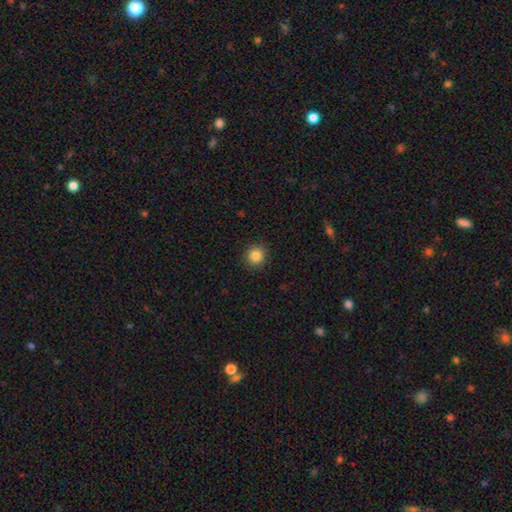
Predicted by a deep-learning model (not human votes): smooth-or-featured: smooth: 85% | star or artifact: 11% | featured or disk: 4%
  how-rounded: round: 92% | in between: 7% | cigar-shaped: 1%
  merging: none: 91% | minor disturbance: 6% | major disturbance: 2% | merger: 1%